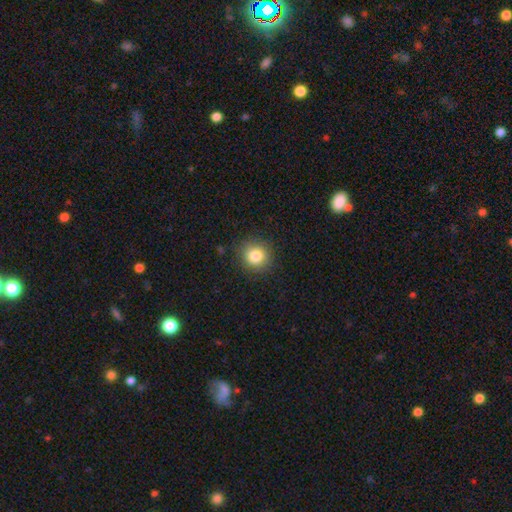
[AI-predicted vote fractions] Smooth or featured: smooth — 82% (star or artifact — 11%)
How rounded: round — 89% (in between — 10%)
Merging: none — 89% (minor disturbance — 8%)